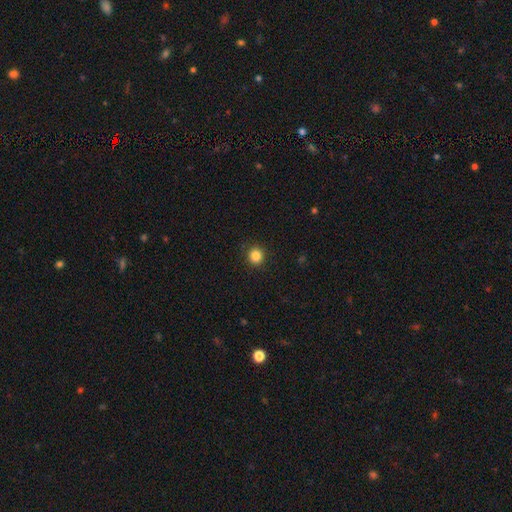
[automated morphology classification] smooth_or_featured: smooth (p=0.85) [alt: star or artifact p=0.11]
how_rounded: round (p=0.90) [alt: in between p=0.09]
merging: none (p=0.91) [alt: minor disturbance p=0.06]